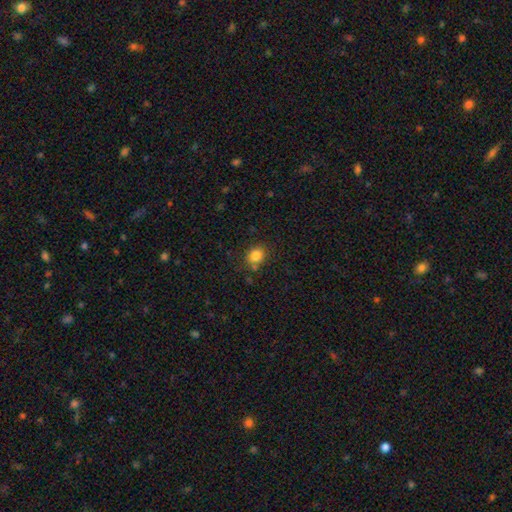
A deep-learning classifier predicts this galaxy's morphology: type=smooth (83%); roundness=round (68%); merging=none (75%).